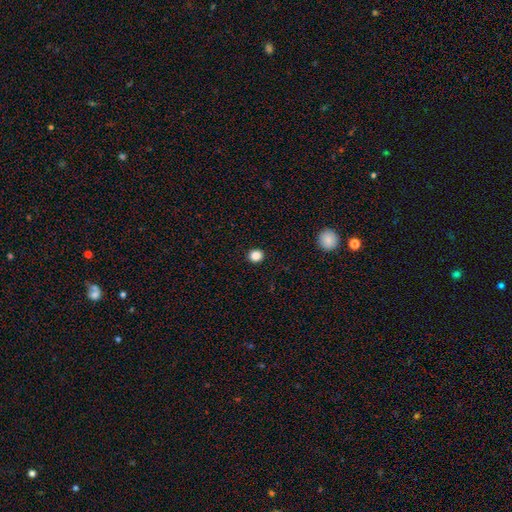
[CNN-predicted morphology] A smooth galaxy with no disk features (86%) that is round (86%).

Vote fractions:
- Smooth or featured? smooth: 86% / star or artifact: 11% / featured or disk: 3%
- How rounded? round: 86% / in between: 13% / cigar-shaped: 1%
- Merging? none: 92% / minor disturbance: 5% / major disturbance: 2% / merger: 1%